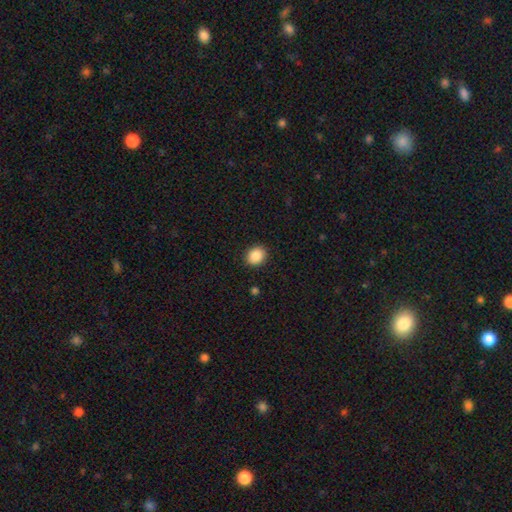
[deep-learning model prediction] smooth 88%, star or artifact 9%, featured or disk 3%. Down the decision tree: how rounded — round (67%); merging — none (90%).